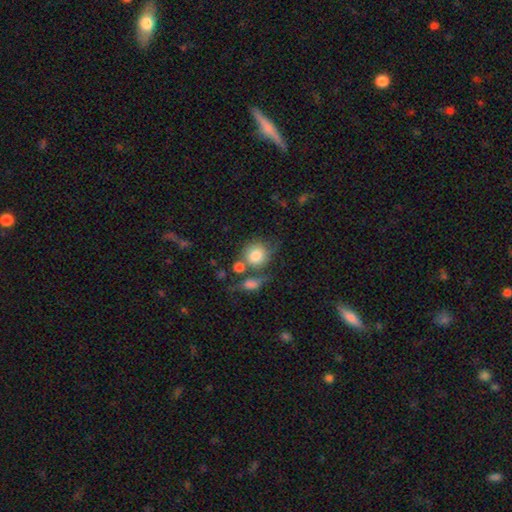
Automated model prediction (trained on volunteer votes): smooth-or-featured: smooth: 79% | featured or disk: 13% | star or artifact: 8%
  how-rounded: round: 80% | in between: 19% | cigar-shaped: 1%
  merging: none: 44% | merger: 30% | minor disturbance: 16% | major disturbance: 10%